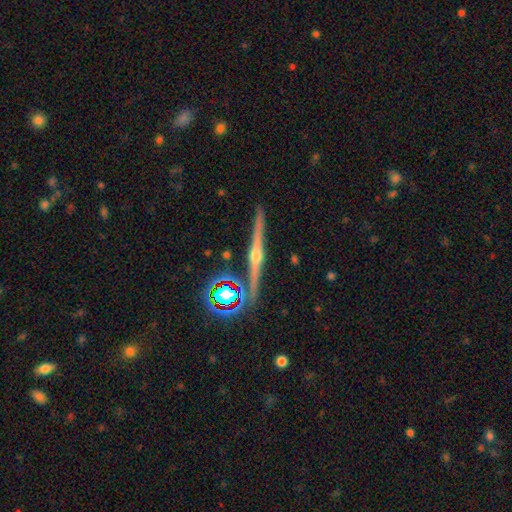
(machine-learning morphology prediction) type=featured or disk (82%); edge-on=yes (98%); edge-on bulge=rounded (94%); merging=none (89%).